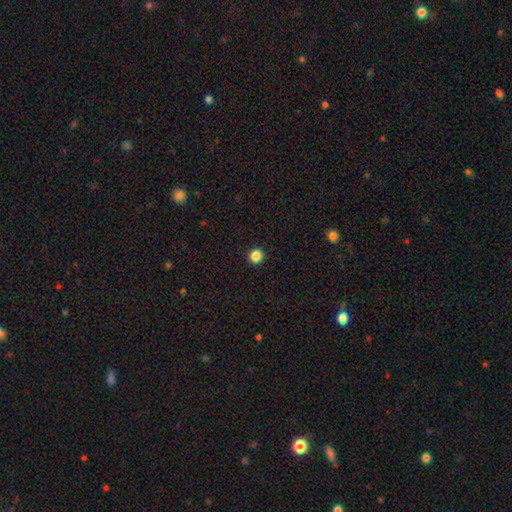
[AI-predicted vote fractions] Smooth or featured: smooth — 86% (star or artifact — 11%)
How rounded: round — 94% (in between — 5%)
Merging: none — 93% (minor disturbance — 4%)